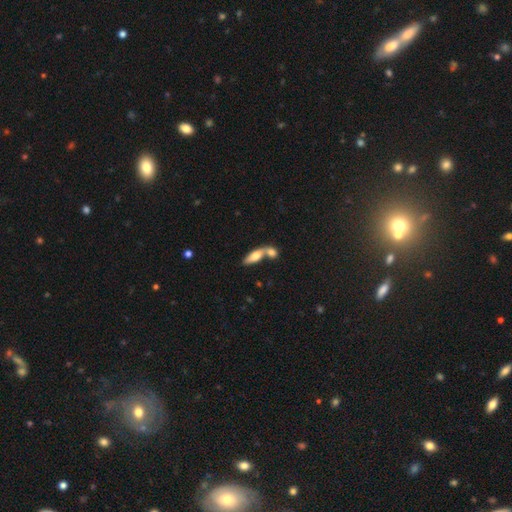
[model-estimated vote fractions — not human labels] This appears to be a smooth galaxy with no disk features (68%) that is in between round and cigar-shaped (64%). Merging: merger (55%).